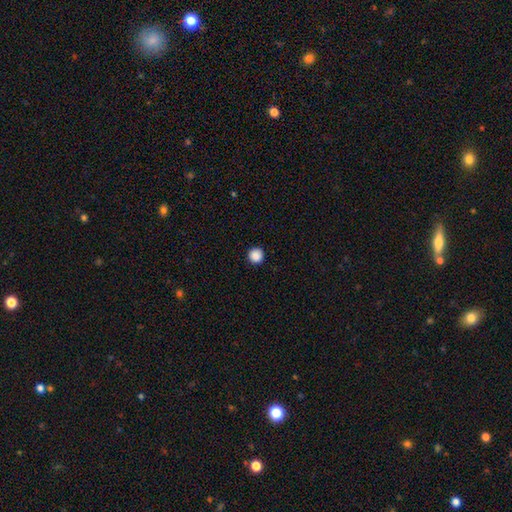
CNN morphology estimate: smooth-or-featured: smooth: 88% | star or artifact: 9% | featured or disk: 2%
  how-rounded: round: 96% | in between: 3% | cigar-shaped: 1%
  merging: none: 93% | minor disturbance: 4% | major disturbance: 1% | merger: 1%